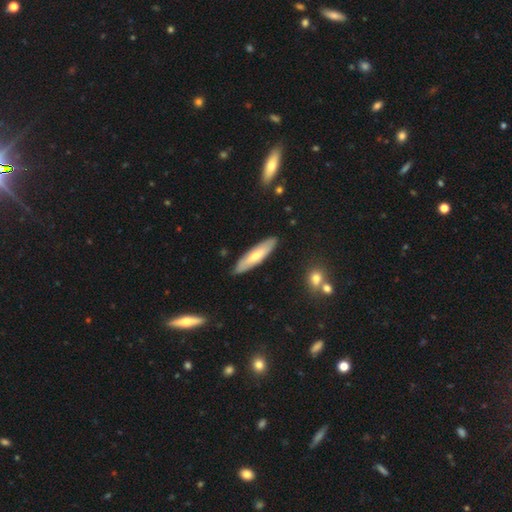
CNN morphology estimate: This appears to be a smooth galaxy with no disk features (56%) that is cigar-shaped (70%). Merging: none (87%).